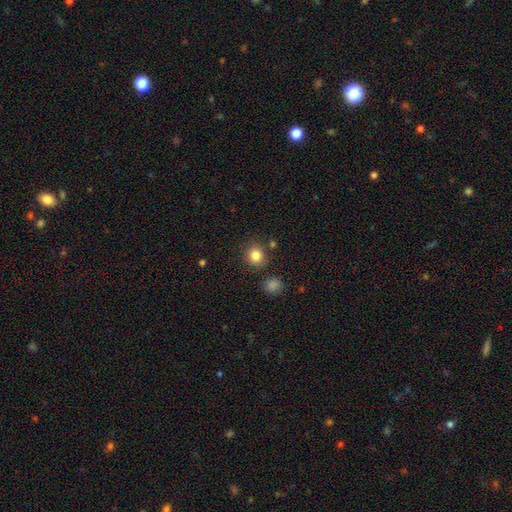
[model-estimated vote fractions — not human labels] This is clearly a smooth galaxy (84%). How rounded: clearly round (86%). Merging: clearly none (84%).